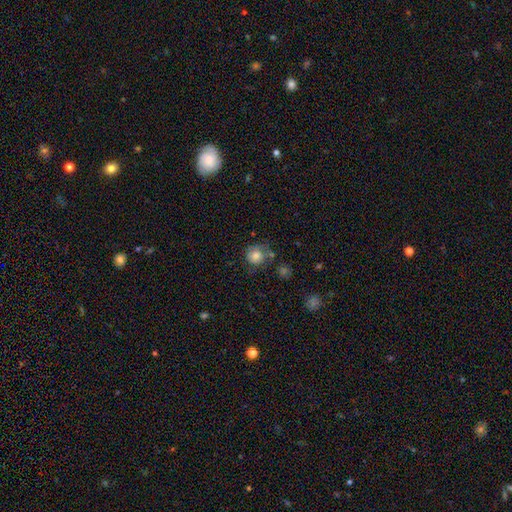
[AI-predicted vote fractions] smooth_or_featured: smooth (p=0.80) [alt: featured or disk p=0.10]
how_rounded: round (p=0.86) [alt: in between p=0.13]
merging: none (p=0.60) [alt: minor disturbance p=0.22]